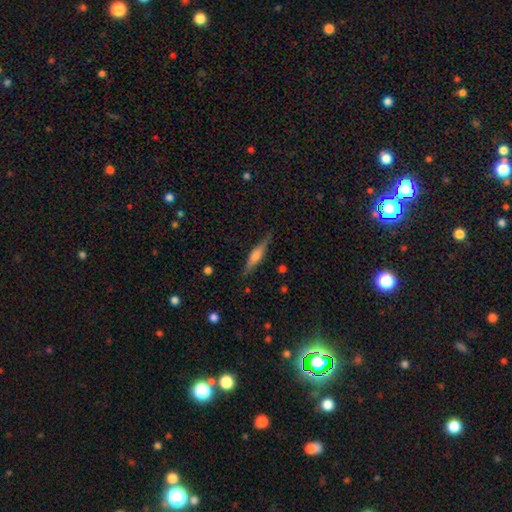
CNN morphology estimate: type=featured or disk (55%); edge-on=yes (96%); edge-on bulge=rounded (74%); merging=none (85%).